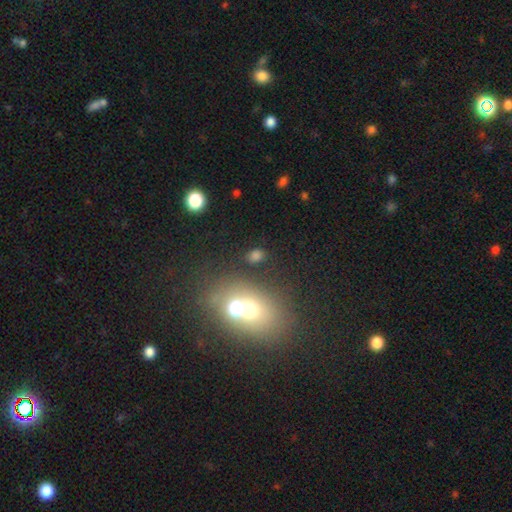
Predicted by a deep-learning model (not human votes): Smooth or featured? Predicted: smooth (p=0.68). How rounded? Predicted: in between (p=0.62). Merging? Predicted: none (p=0.69).